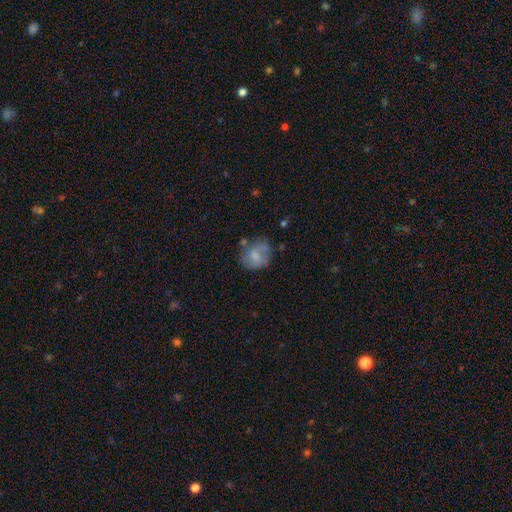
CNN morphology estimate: smooth_or_featured: smooth (p=0.65) [alt: featured or disk p=0.27]
how_rounded: round (p=0.71) [alt: in between p=0.28]
merging: none (p=0.53) [alt: minor disturbance p=0.25]